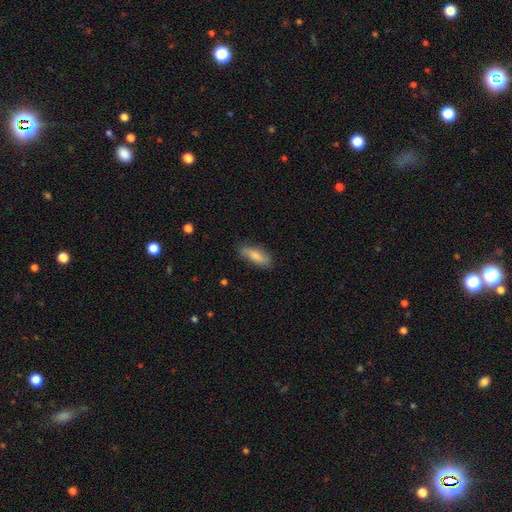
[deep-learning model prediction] This is likely a smooth galaxy (79%). How rounded: possibly in between (56%). Merging: likely none (79%).